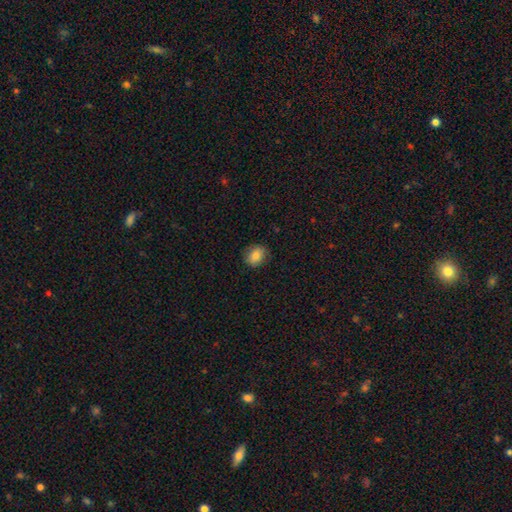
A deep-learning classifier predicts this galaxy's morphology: Smooth or featured? smooth (83%)
How rounded? round (57%)
Merging? none (84%)